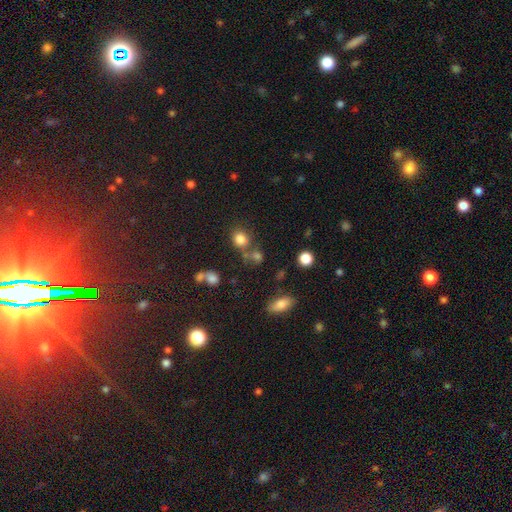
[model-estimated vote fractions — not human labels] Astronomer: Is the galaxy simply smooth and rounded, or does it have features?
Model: smooth — 71%.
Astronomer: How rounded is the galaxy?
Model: round — 78%.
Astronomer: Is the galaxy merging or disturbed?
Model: none — 61%.